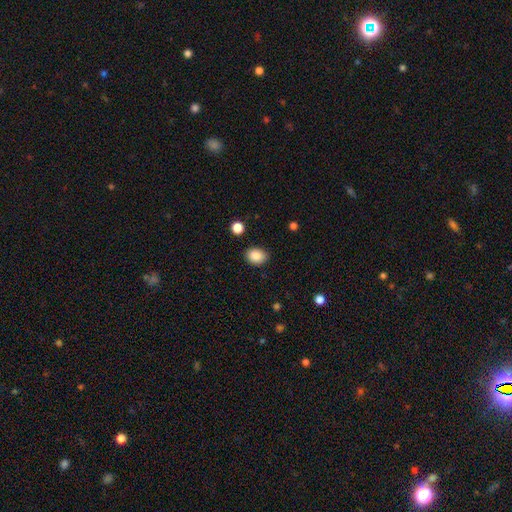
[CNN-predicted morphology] type=smooth (87%); roundness=in between (63%); merging=none (87%).